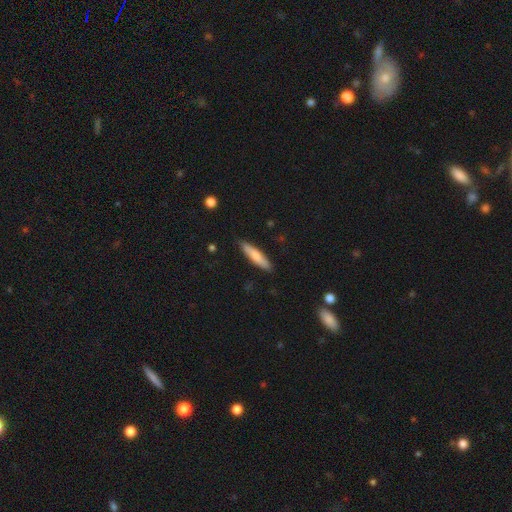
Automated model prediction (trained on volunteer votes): A smooth galaxy with no disk features (73%) that is cigar-shaped (81%).

Vote fractions:
- Smooth or featured? smooth: 73% / featured or disk: 22% / star or artifact: 5%
- How rounded? cigar-shaped: 81% / in between: 17% / round: 1%
- Merging? none: 86% / minor disturbance: 11% / major disturbance: 2% / merger: 1%